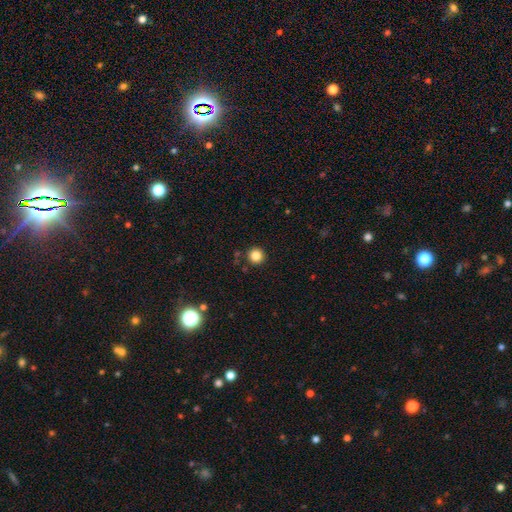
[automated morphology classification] The model was most divided on "smooth or featured": smooth: 84%, star or artifact: 12%, featured or disk: 5%. More confident: how rounded — round (95%); merging — none (90%).